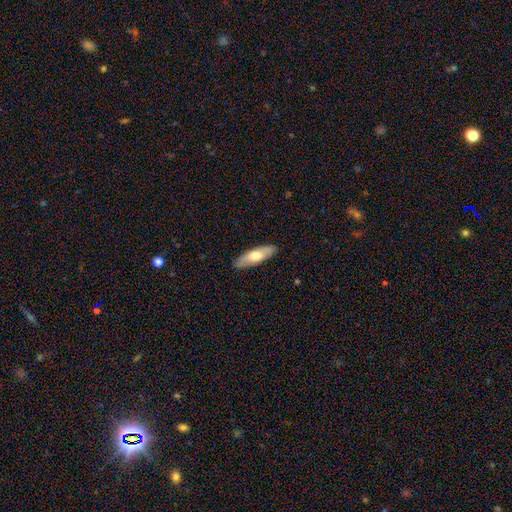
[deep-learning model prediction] Q: Smooth or featured?
A: smooth (61%); runner-up: featured or disk (34%)
Q: How rounded?
A: in between (52%); runner-up: cigar-shaped (47%)
Q: Merging?
A: none (87%); runner-up: minor disturbance (10%)